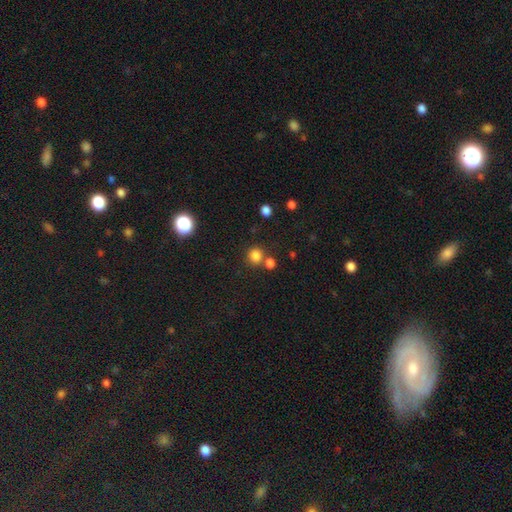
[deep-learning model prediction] smooth 80%, star or artifact 14%, featured or disk 5%. Down the decision tree: how rounded — round (86%); merging — none (68%).